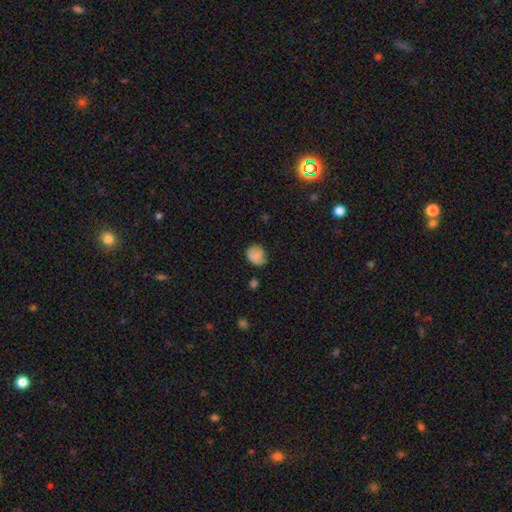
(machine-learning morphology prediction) Smooth or featured? Predicted: smooth (p=0.78). How rounded? Predicted: round (p=0.63). Merging? Predicted: none (p=0.63).